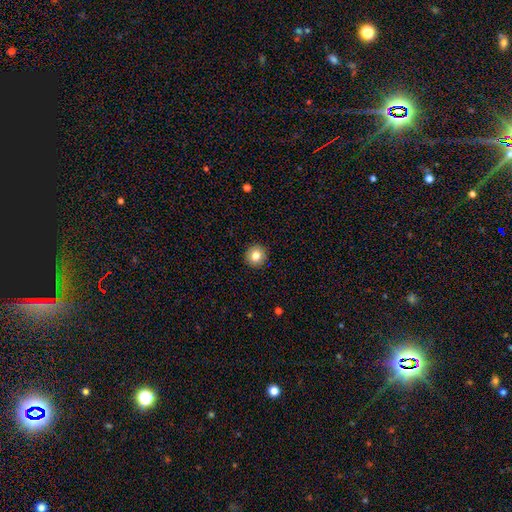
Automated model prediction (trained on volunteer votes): Smooth or featured? smooth (81%)
How rounded? round (93%)
Merging? none (92%)